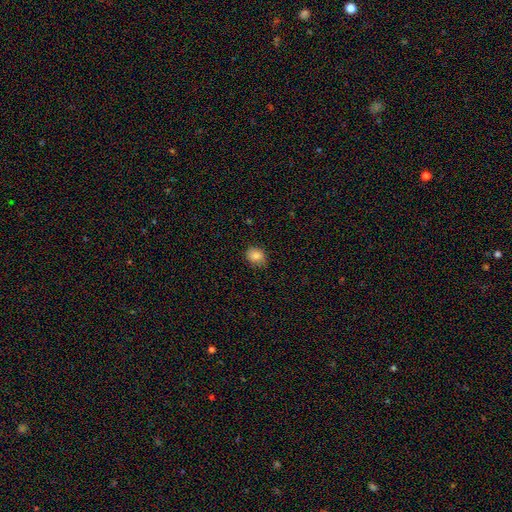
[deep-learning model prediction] Overall: smooth (86%). How rounded: round (54%; in between 45%). Merging: none (81%).